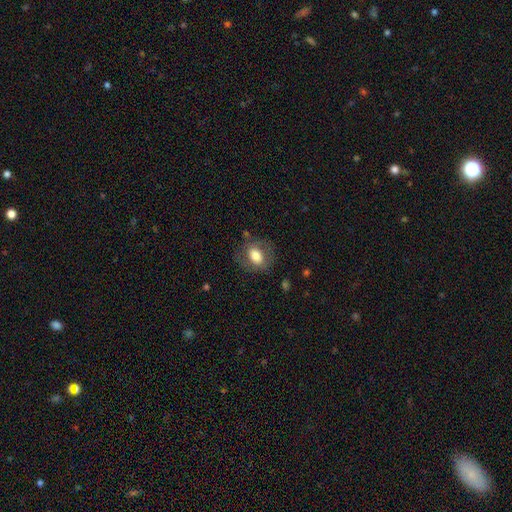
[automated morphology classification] Smooth or featured? Predicted: smooth (p=0.69). How rounded? Predicted: in between (p=0.67). Merging? Predicted: none (p=0.73).